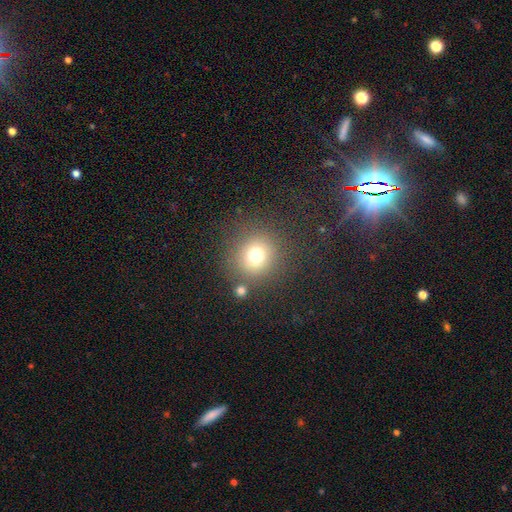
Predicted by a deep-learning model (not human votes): smooth 74%, star or artifact 17%, featured or disk 10%. Down the decision tree: how rounded — round (91%); merging — none (81%).